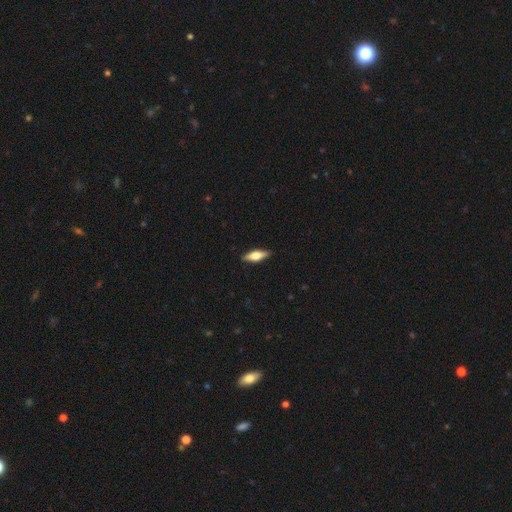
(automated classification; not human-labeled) smooth 56%, featured or disk 38%, star or artifact 6%. Down the decision tree: how rounded — in between (57%); merging — none (88%).